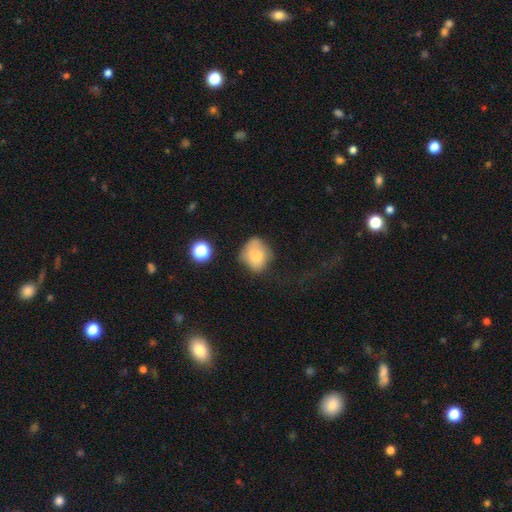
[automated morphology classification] A smooth galaxy with no disk features (70%) that is in between round and cigar-shaped (54%).

Vote fractions:
- Smooth or featured? smooth: 70% / featured or disk: 20% / star or artifact: 10%
- How rounded? in between: 54% / round: 45% / cigar-shaped: 1%
- Merging? none: 42% / minor disturbance: 31% / major disturbance: 15% / merger: 11%